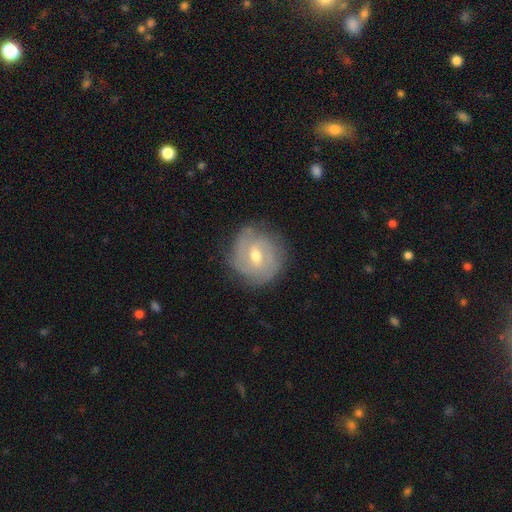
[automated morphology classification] Q: Smooth or featured?
A: featured or disk (75%); runner-up: smooth (19%)
Q: Edge-on disk?
A: no (97%); runner-up: yes (3%)
Q: Bar?
A: weak (56%); runner-up: no (29%)
Q: Spiral arms?
A: yes (88%); runner-up: no (12%)
Q: Spiral winding?
A: tight (61%); runner-up: medium (29%)
Q: Spiral arm count?
A: 2 (36%); runner-up: can't tell (32%)
Q: Bulge size?
A: moderate (68%); runner-up: small (28%)
Q: Merging?
A: none (77%); runner-up: minor disturbance (17%)